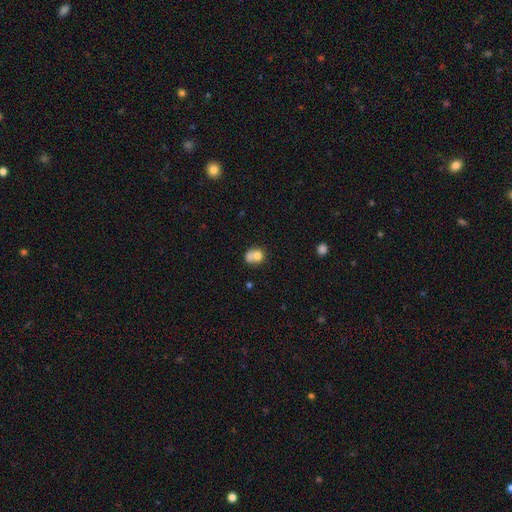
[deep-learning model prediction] A smooth galaxy with no disk features (70%) that is round (65%).

Vote fractions:
- Smooth or featured? smooth: 70% / featured or disk: 20% / star or artifact: 10%
- How rounded? round: 65% / in between: 34% / cigar-shaped: 1%
- Merging? merger: 53% / none: 29% / minor disturbance: 11% / major disturbance: 7%